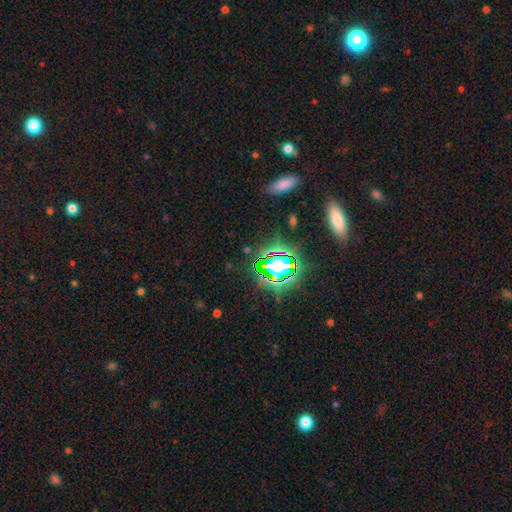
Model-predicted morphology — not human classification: Overall: star or artifact (70%).